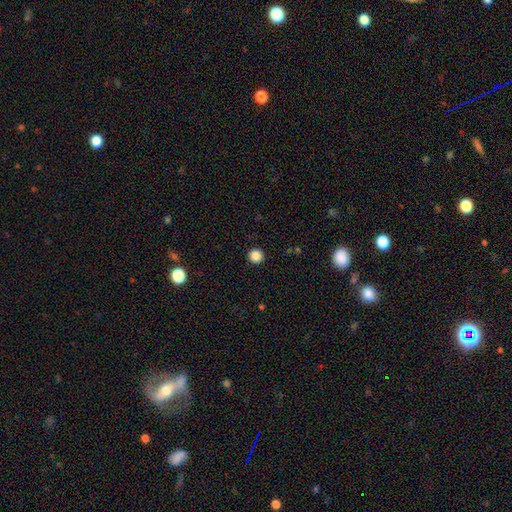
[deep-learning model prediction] smooth-or-featured: smooth: 86% | star or artifact: 11% | featured or disk: 3%
  how-rounded: round: 96% | in between: 3% | cigar-shaped: 1%
  merging: none: 93% | minor disturbance: 4% | major disturbance: 2% | merger: 1%